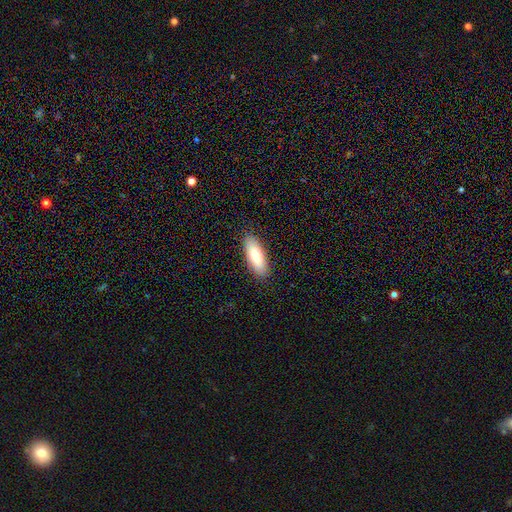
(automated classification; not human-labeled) This appears to be a smooth galaxy with no disk features (81%) that is in between round and cigar-shaped (65%). Merging: none (89%).